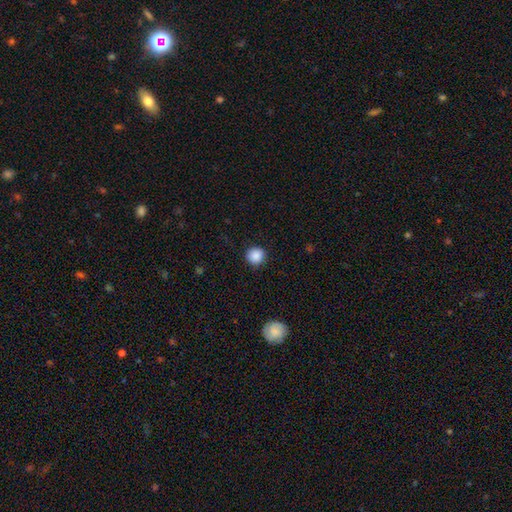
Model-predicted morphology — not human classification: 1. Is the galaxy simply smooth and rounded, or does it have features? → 88% smooth, 9% star or artifact, 3% featured or disk.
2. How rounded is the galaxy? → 94% round, 5% in between, 1% cigar-shaped.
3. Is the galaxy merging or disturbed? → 91% none, 6% minor disturbance, 2% major disturbance, 1% merger.